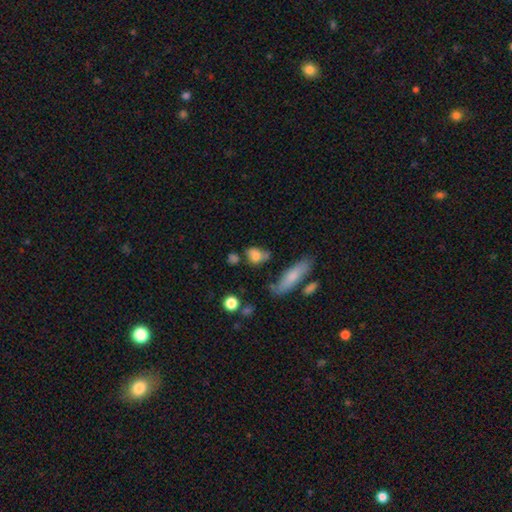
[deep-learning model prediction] This appears to be a smooth galaxy with no disk features (75%) that is in between round and cigar-shaped (60%). Merging: none (51%).